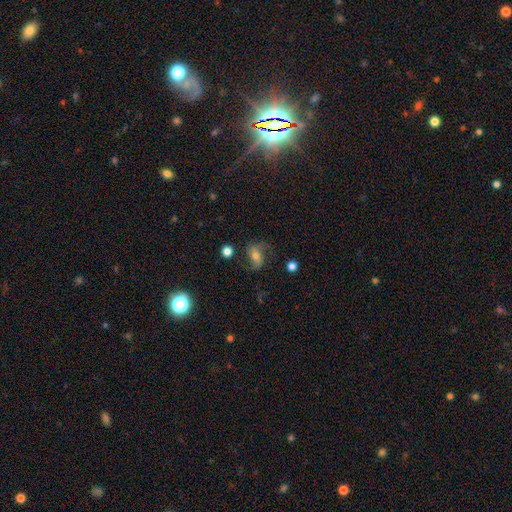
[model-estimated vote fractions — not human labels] smooth-or-featured: featured or disk: 68% | smooth: 22% | star or artifact: 11%
  disk-edge-on: no: 96% | yes: 4%
    bar: no: 40% | weak: 37% | strong: 23%
    has-spiral-arms: yes: 92% | no: 8%
      spiral-winding: loose: 62% | medium: 30% | tight: 8%
      spiral-arm-count: 2: 89% | can't tell: 4% | 1: 4% | 3: 1% | 4: 1% | more than 4: 1%
    bulge-size: moderate: 58% | small: 33% | large: 6% | none: 3% | dominant: 1%
  merging: none: 69% | minor disturbance: 18% | major disturbance: 11% | merger: 2%